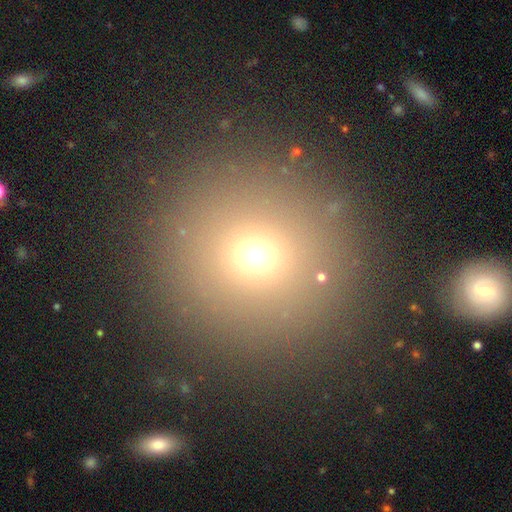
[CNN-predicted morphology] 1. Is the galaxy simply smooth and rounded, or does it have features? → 67% smooth, 23% star or artifact, 11% featured or disk.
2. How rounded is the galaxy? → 95% round, 4% in between, 1% cigar-shaped.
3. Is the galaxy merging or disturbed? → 87% none, 6% minor disturbance, 4% major disturbance, 3% merger.